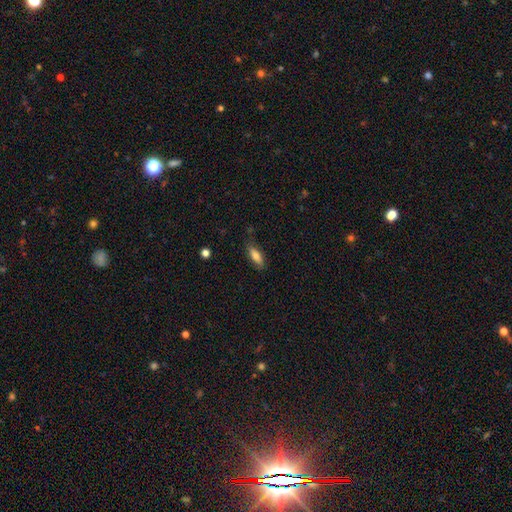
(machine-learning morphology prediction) Overall: smooth (76%). How rounded: in between (65%; cigar-shaped 33%). Merging: none (76%).